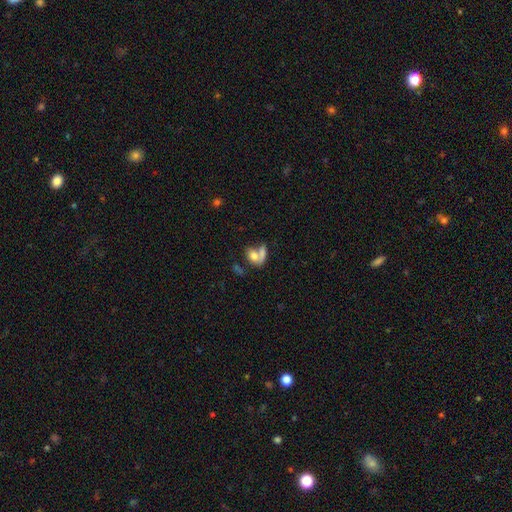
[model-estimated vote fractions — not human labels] Smooth or featured? smooth (72%)
How rounded? in between (72%)
Merging? merger (55%)